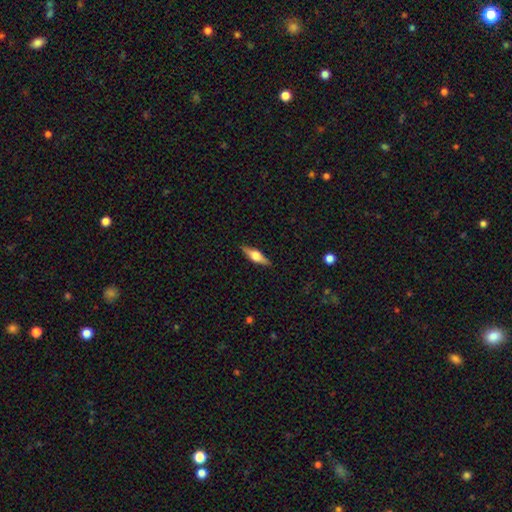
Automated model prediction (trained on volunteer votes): Smooth or featured?
  - featured or disk: 58% *
  - smooth: 36%
  - star or artifact: 6%
Edge-on disk?
  - yes: 95% *
  - no: 5%
Edge-on bulge?
  - rounded: 92% *
  - boxy: 7%
  - none: 2%
Merging?
  - none: 88% *
  - minor disturbance: 9%
  - major disturbance: 2%
  - merger: 1%